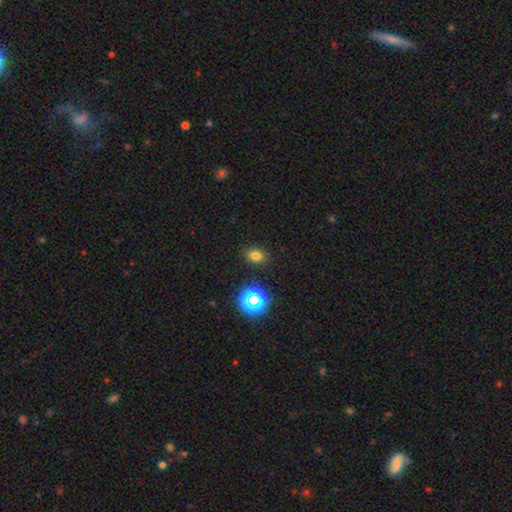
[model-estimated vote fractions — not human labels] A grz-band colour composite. It shows a smooth galaxy with no disk features (73%) that is in between round and cigar-shaped (59%). Merging: none (86%).